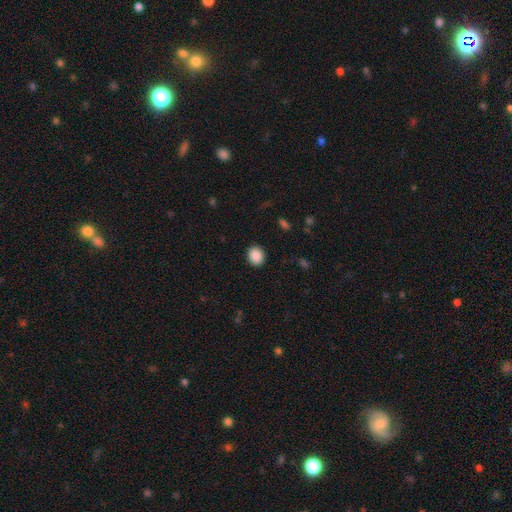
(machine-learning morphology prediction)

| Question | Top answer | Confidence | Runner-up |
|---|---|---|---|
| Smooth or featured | smooth | 89% | star or artifact (8%) |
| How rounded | round | 64% | in between (35%) |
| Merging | none | 90% | minor disturbance (7%) |